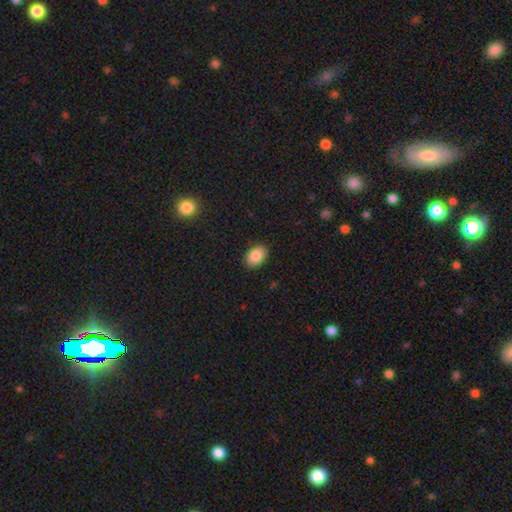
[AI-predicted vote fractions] Smooth or featured? Predicted: smooth (p=0.87). How rounded? Predicted: in between (p=0.85). Merging? Predicted: none (p=0.89).